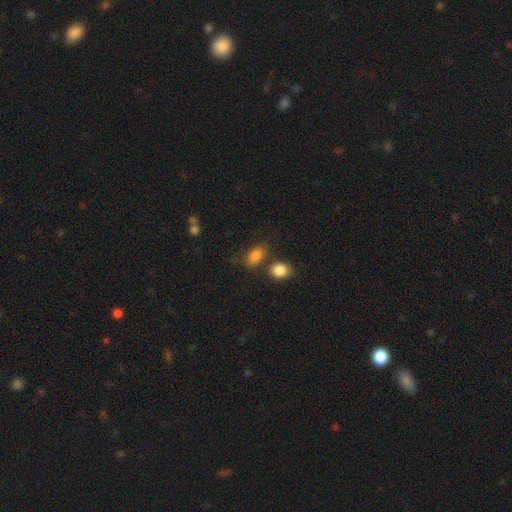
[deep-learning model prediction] smooth_or_featured: smooth (p=0.84) [alt: star or artifact p=0.10]
how_rounded: in between (p=0.79) [alt: round p=0.19]
merging: none (p=0.61) [alt: merger p=0.18]